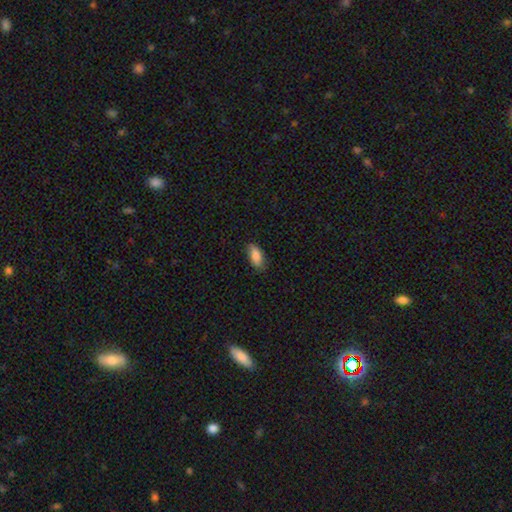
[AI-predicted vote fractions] Smooth or featured?
  - smooth: 87% *
  - star or artifact: 7%
  - featured or disk: 6%
How rounded?
  - in between: 86% *
  - cigar-shaped: 11%
  - round: 2%
Merging?
  - none: 82% *
  - minor disturbance: 15%
  - major disturbance: 3%
  - merger: 1%